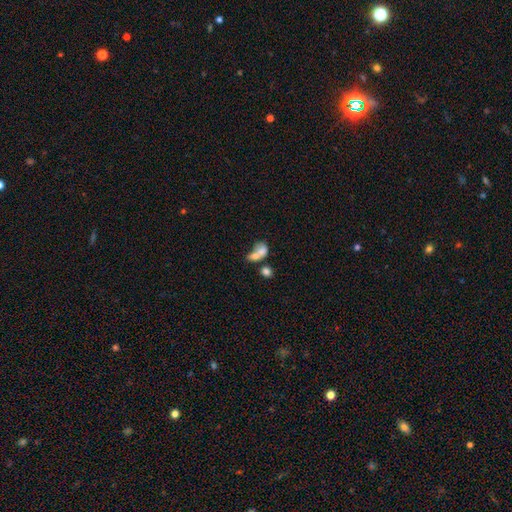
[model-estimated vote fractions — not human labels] smooth 71%, featured or disk 19%, star or artifact 10%. Down the decision tree: how rounded — in between (61%); merging — merger (67%).